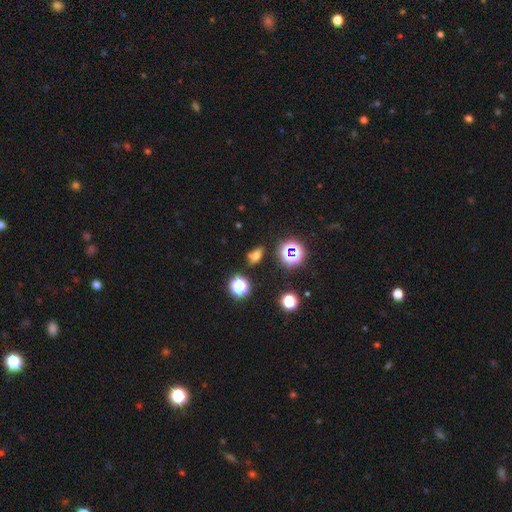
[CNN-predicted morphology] type=smooth (59%); roundness=in between (71%); merging=none (70%).